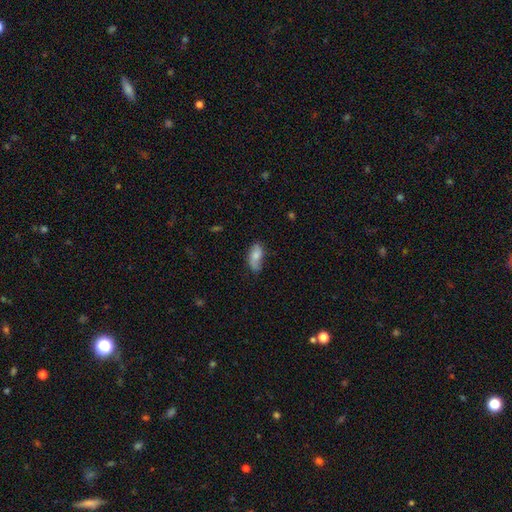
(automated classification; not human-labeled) Smooth or featured?
  - smooth: 69% *
  - featured or disk: 24%
  - star or artifact: 7%
How rounded?
  - in between: 88% *
  - cigar-shaped: 9%
  - round: 3%
Merging?
  - none: 58% *
  - minor disturbance: 32%
  - major disturbance: 8%
  - merger: 2%